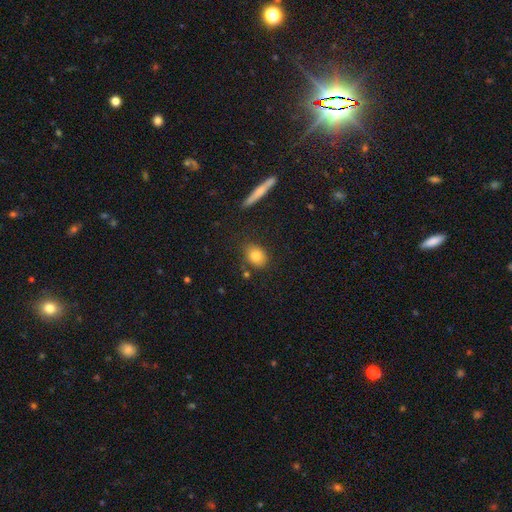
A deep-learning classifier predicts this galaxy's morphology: This appears to be a smooth galaxy with no disk features (84%) that is in between round and cigar-shaped (51%). Merging: none (76%).